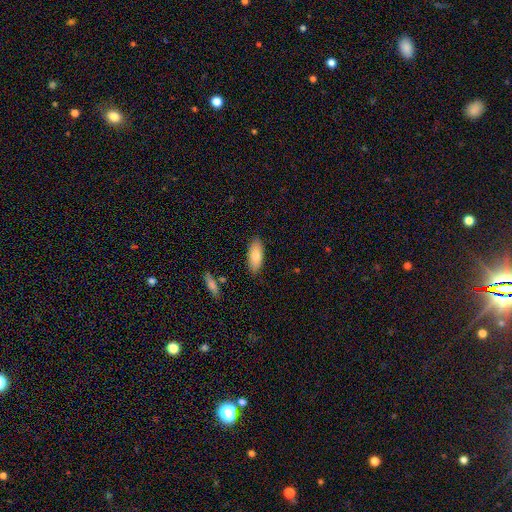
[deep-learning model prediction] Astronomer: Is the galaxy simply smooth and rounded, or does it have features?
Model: smooth — 80%.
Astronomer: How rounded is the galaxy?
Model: in between — 82%.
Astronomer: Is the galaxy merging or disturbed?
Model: none — 86%.